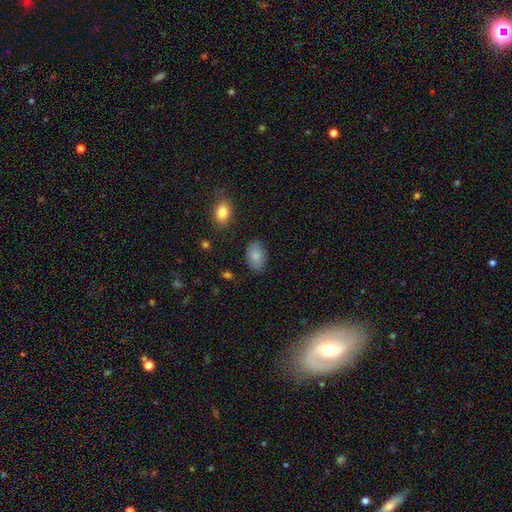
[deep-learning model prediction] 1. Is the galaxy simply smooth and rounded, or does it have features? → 86% smooth, 8% featured or disk, 7% star or artifact.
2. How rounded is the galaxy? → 90% in between, 9% round, 1% cigar-shaped.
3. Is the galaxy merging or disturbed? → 84% none, 12% minor disturbance, 3% major disturbance, 2% merger.